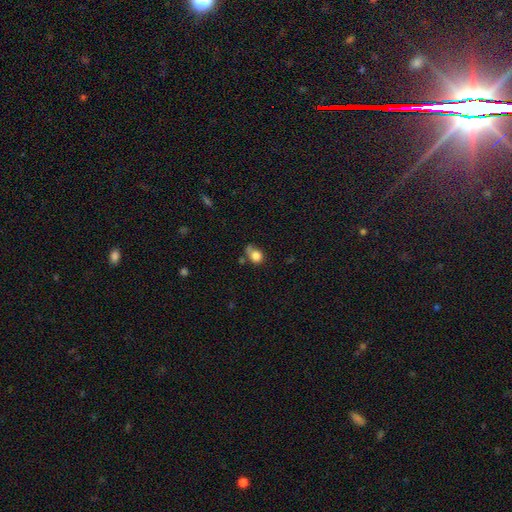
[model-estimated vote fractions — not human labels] A smooth galaxy with no disk features (81%) that is round (58%).

Vote fractions:
- Smooth or featured? smooth: 81% / star or artifact: 10% / featured or disk: 9%
- How rounded? round: 58% / in between: 41% / cigar-shaped: 1%
- Merging? none: 40% / minor disturbance: 28% / merger: 17% / major disturbance: 15%